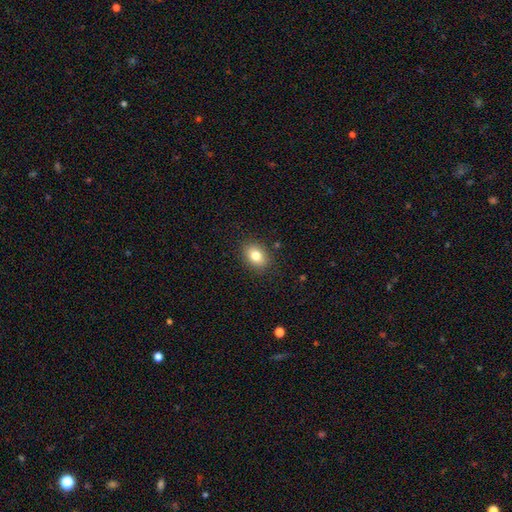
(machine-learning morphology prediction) The model was most divided on "how rounded": in between: 71%, round: 28%, cigar-shaped: 1%. More confident: merging — none (87%); smooth or featured — smooth (81%).